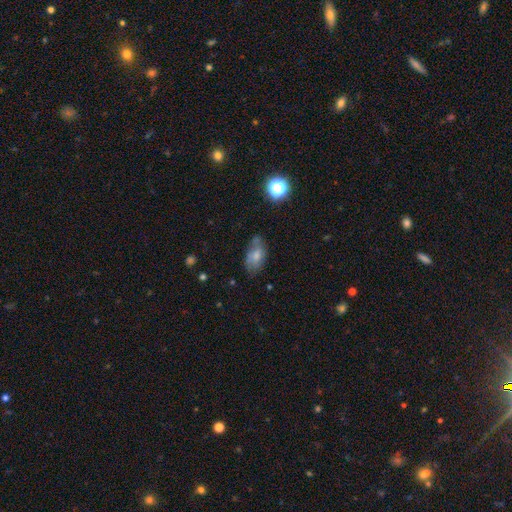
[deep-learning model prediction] smooth_or_featured: smooth (p=0.62) [alt: featured or disk p=0.28]
how_rounded: in between (p=0.91) [alt: round p=0.06]
merging: none (p=0.51) [alt: minor disturbance p=0.31]